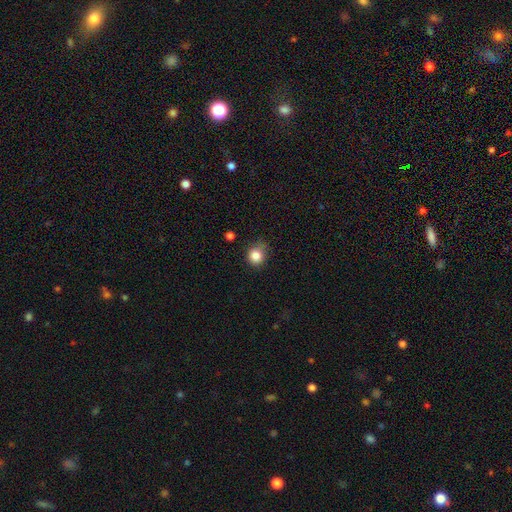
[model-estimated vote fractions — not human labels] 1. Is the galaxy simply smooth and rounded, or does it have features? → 84% smooth, 11% star or artifact, 5% featured or disk.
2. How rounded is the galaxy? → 85% round, 14% in between, 1% cigar-shaped.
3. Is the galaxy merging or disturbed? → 68% none, 24% minor disturbance, 5% major disturbance, 2% merger.